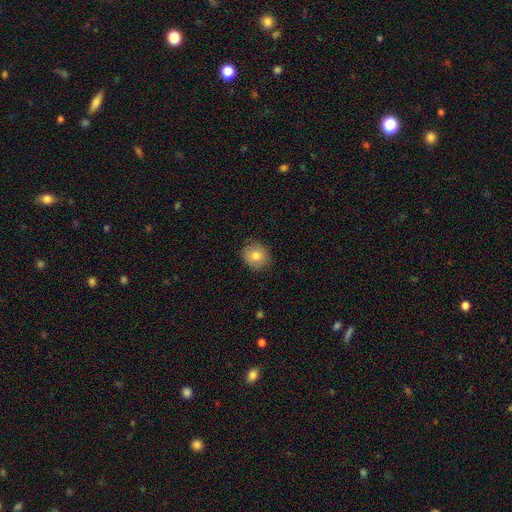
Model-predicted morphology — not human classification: The model was most divided on "how rounded": round: 78%, in between: 21%, cigar-shaped: 1%. More confident: merging — none (87%); smooth or featured — smooth (80%).